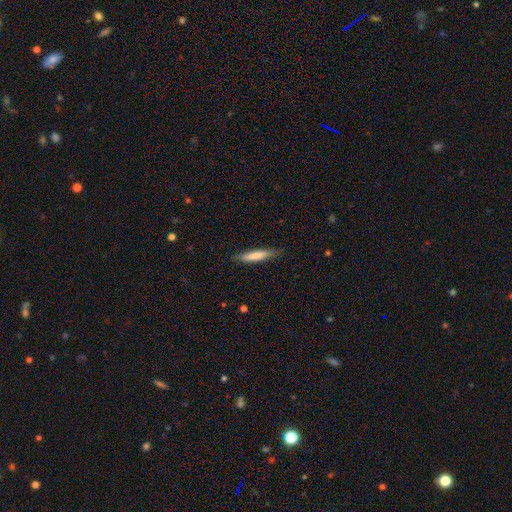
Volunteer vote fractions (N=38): A smooth galaxy with no disk features (79%) that is cigar-shaped (87%).

Vote fractions:
- Smooth or featured? smooth: 79% / featured or disk: 13% / star or artifact: 8%
- How rounded? cigar-shaped: 87% / in between: 13% / round: 0%
- Merging? none: 83% / minor disturbance: 14% / major disturbance: 3% / merger: 0%